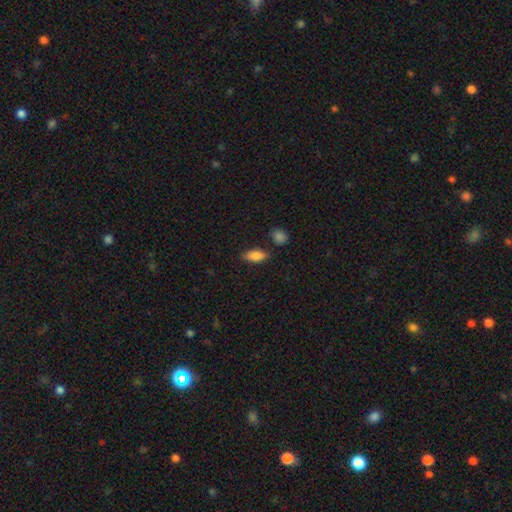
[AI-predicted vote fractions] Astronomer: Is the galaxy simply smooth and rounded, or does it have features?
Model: smooth — 82%.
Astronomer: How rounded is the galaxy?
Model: in between — 81%.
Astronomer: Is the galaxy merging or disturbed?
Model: none — 81%.